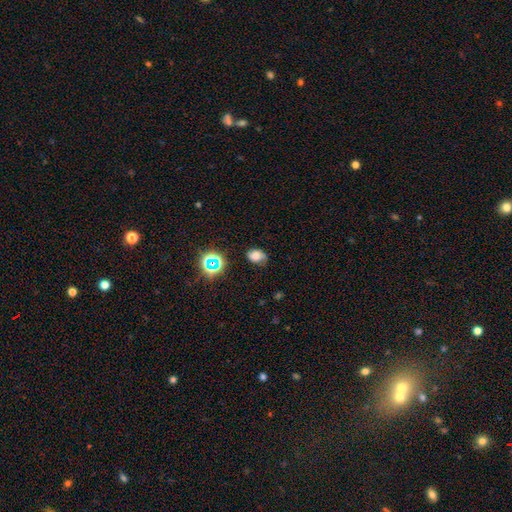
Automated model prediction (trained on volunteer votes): A smooth galaxy with no disk features (63%) that is in between round and cigar-shaped (71%). Merging: none (61%).